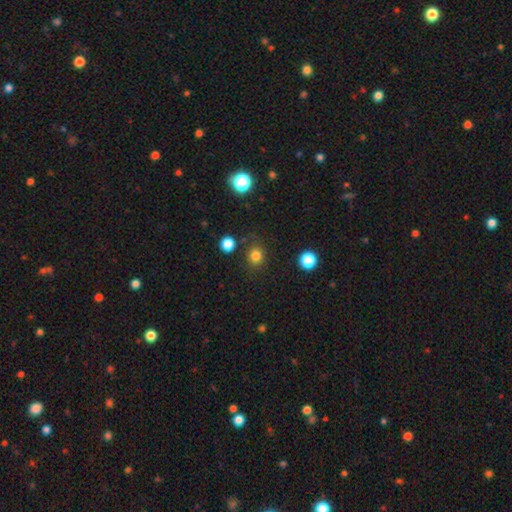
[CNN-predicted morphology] The model was most divided on "how rounded": round: 82%, in between: 17%, cigar-shaped: 1%. More confident: merging — none (82%); smooth or featured — smooth (80%).